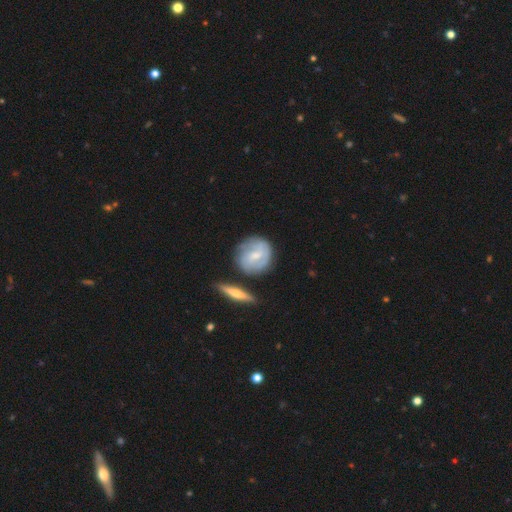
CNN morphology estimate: Smooth or featured? Predicted: featured or disk (p=0.63). Edge-on disk? Predicted: no (p=0.93). Bar? Predicted: weak (p=0.51). Spiral arms? Predicted: yes (p=0.83). Bulge size? Predicted: small (p=0.52). Merging? Predicted: none (p=0.70).